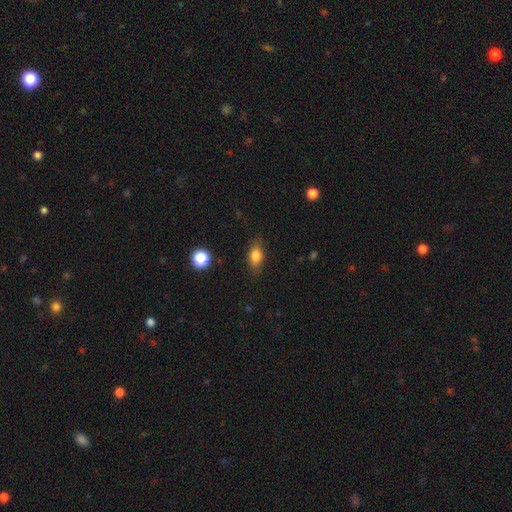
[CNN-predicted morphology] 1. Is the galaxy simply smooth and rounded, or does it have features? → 80% smooth, 11% featured or disk, 9% star or artifact.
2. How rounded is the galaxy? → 80% in between, 13% round, 7% cigar-shaped.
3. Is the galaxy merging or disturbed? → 80% none, 15% minor disturbance, 4% major disturbance, 1% merger.